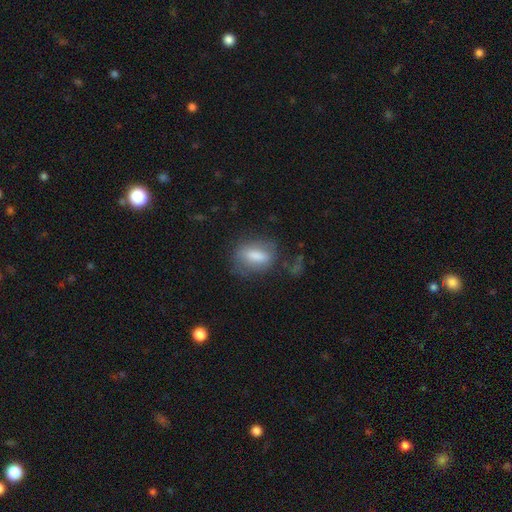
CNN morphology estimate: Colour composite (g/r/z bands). It shows a smooth galaxy with no disk features (72%) that is in between round and cigar-shaped (77%). Merging: none (61%).